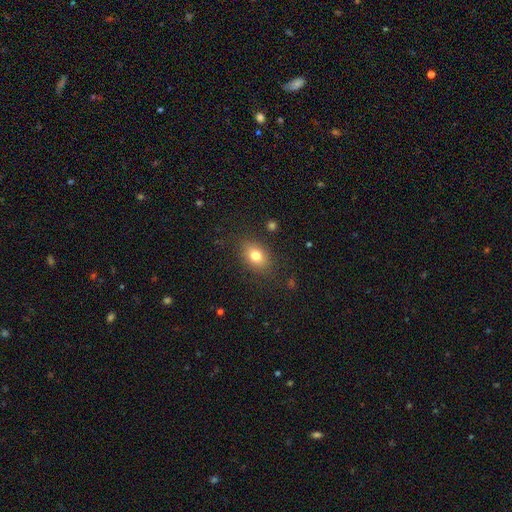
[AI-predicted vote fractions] The model was most divided on "how rounded": in between: 74%, round: 24%, cigar-shaped: 2%. More confident: merging — none (83%); smooth or featured — smooth (78%).